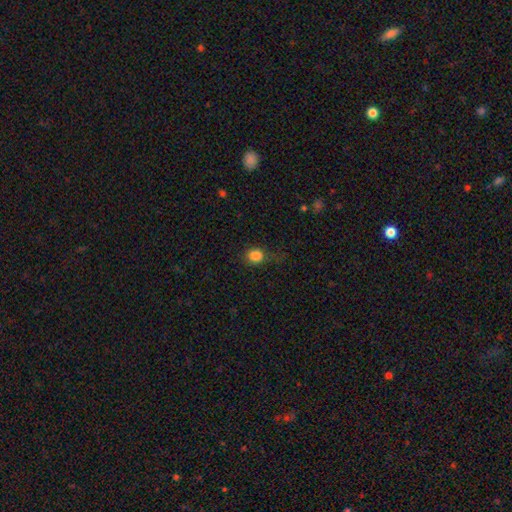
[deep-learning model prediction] Q: Smooth or featured?
A: smooth (83%); runner-up: star or artifact (12%)
Q: How rounded?
A: round (74%); runner-up: in between (25%)
Q: Merging?
A: none (65%); runner-up: minor disturbance (22%)